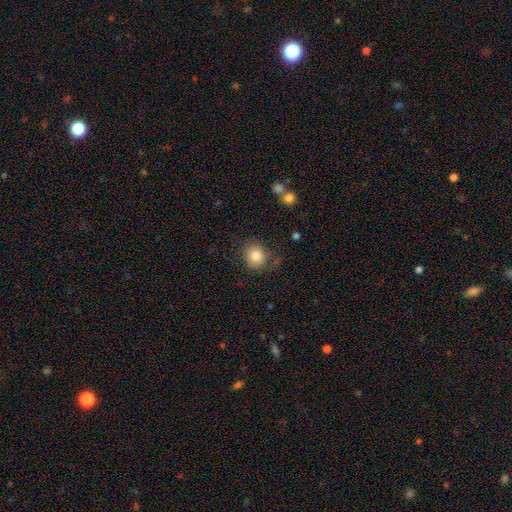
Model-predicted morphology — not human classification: Overall: smooth (82%). How rounded: round (78%). Merging: none (77%).